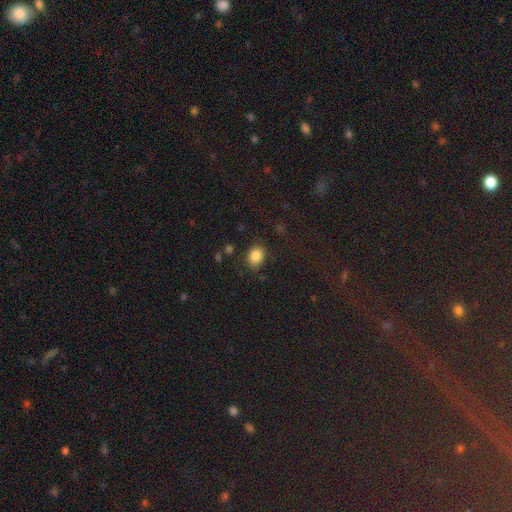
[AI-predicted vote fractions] smooth 85%, star or artifact 10%, featured or disk 5%. Down the decision tree: how rounded — in between (63%); merging — none (80%).